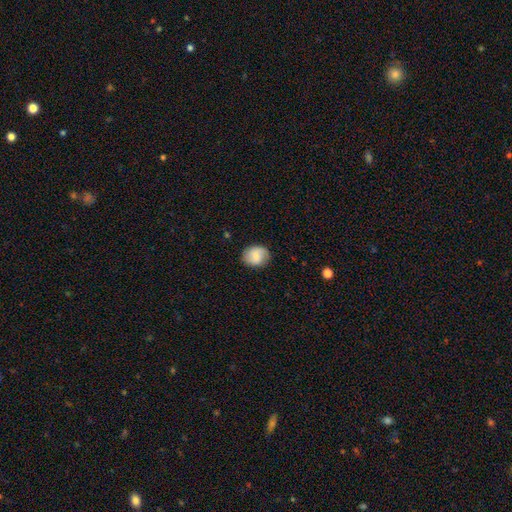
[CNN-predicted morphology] Smooth or featured?
  - smooth: 76% *
  - featured or disk: 16%
  - star or artifact: 7%
How rounded?
  - round: 64% *
  - in between: 35%
  - cigar-shaped: 1%
Merging?
  - none: 81% *
  - minor disturbance: 14%
  - major disturbance: 3%
  - merger: 1%